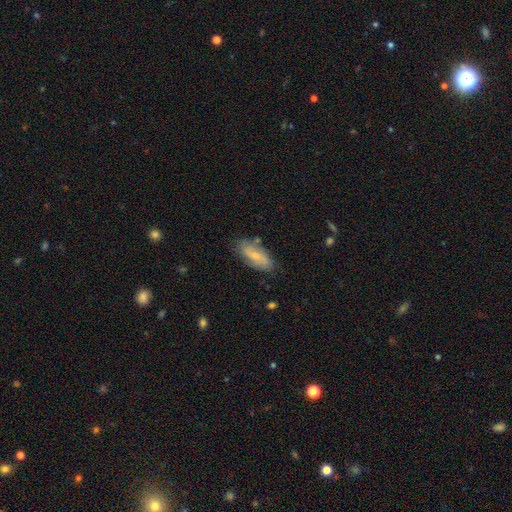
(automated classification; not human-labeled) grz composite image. It shows a smooth galaxy with no disk features (54%) that is in between round and cigar-shaped (75%). Merging: none (79%).